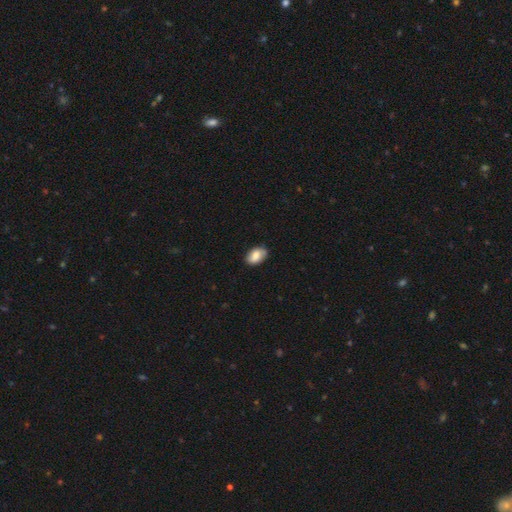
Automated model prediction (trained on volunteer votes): Overall: smooth (83%). How rounded: in between (90%). Merging: none (83%).